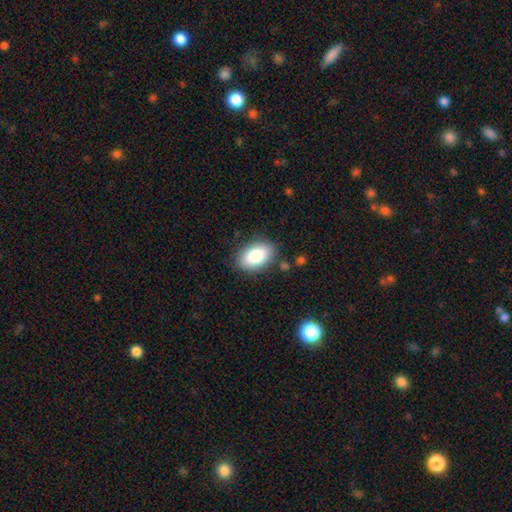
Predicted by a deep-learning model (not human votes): Morphology: type=smooth (84%); roundness=in between (92%); merging=none (84%).